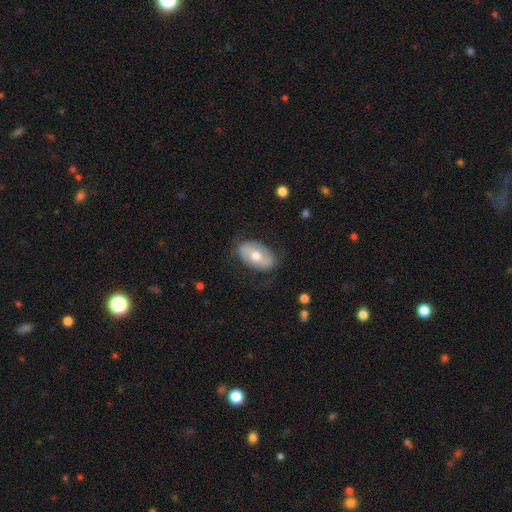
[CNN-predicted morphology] Smooth or featured?
  - smooth: 50% *
  - featured or disk: 44%
  - star or artifact: 6%
Merging?
  - none: 73% *
  - minor disturbance: 18%
  - major disturbance: 7%
  - merger: 1%